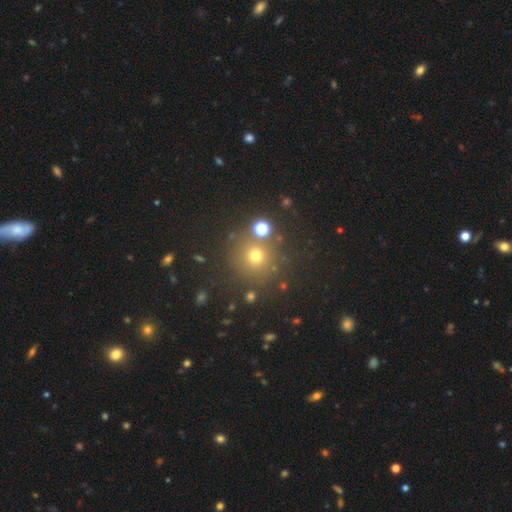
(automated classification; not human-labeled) smooth_or_featured: smooth (p=0.68) [alt: star or artifact p=0.24]
how_rounded: round (p=0.94) [alt: in between p=0.05]
merging: none (p=0.81) [alt: minor disturbance p=0.08]